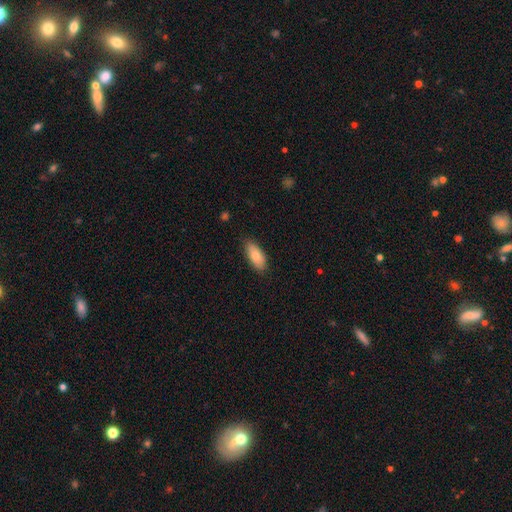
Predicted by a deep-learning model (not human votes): Q: Smooth or featured?
A: smooth (78%); runner-up: featured or disk (16%)
Q: How rounded?
A: in between (87%); runner-up: cigar-shaped (11%)
Q: Merging?
A: none (84%); runner-up: minor disturbance (12%)